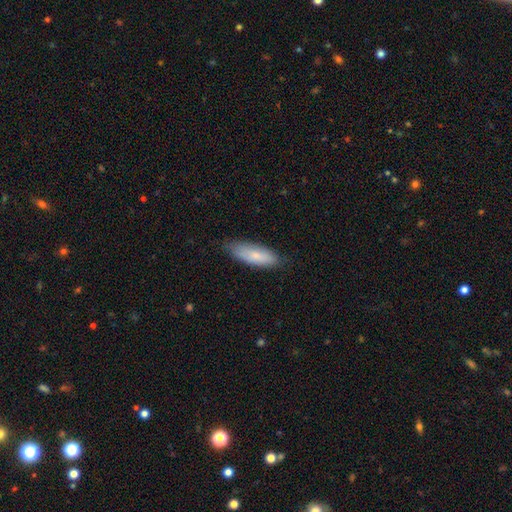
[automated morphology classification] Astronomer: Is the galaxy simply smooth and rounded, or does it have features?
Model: smooth — 79%.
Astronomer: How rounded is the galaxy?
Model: in between — 60% (runner-up: cigar-shaped, 38%).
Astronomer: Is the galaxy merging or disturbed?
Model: none — 76%.